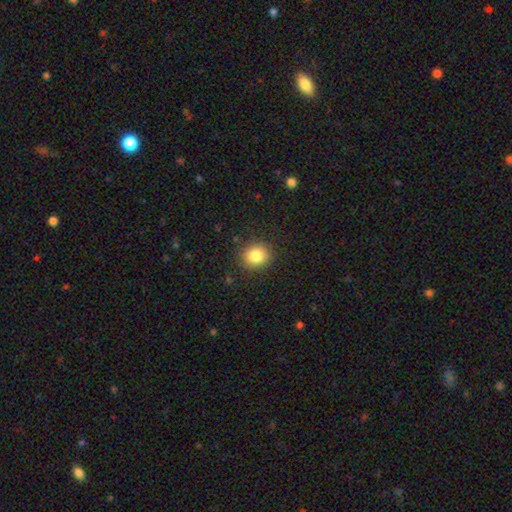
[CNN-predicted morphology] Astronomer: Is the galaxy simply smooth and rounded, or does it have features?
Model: smooth — 83%.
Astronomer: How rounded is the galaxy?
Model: round — 76%.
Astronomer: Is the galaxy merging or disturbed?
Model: none — 89%.